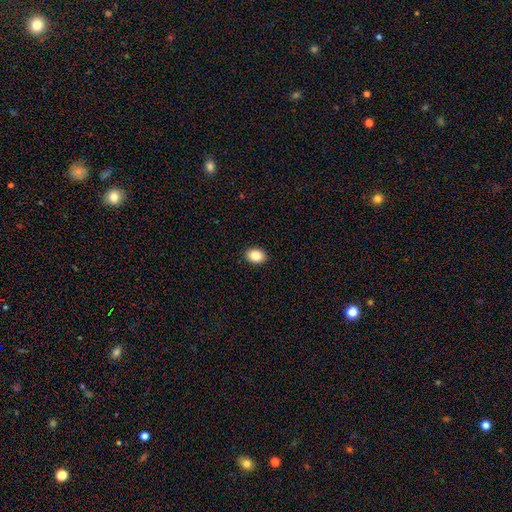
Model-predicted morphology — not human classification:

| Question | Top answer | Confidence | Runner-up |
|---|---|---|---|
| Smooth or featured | smooth | 86% | star or artifact (8%) |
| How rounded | in between | 72% | round (27%) |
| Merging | none | 91% | minor disturbance (7%) |